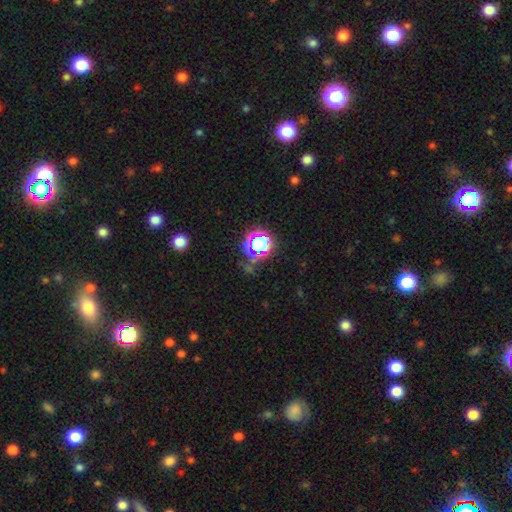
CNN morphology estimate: A star or artifact, not a galaxy (73%).

Vote fractions:
- Smooth or featured? star or artifact: 73% / smooth: 20% / featured or disk: 8%